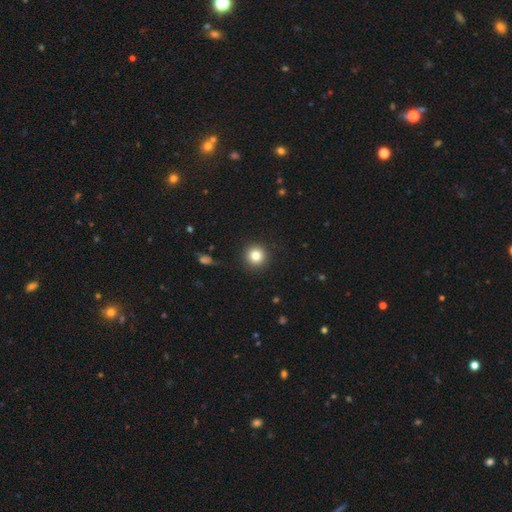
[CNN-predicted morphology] This is clearly a smooth galaxy (82%). How rounded: clearly round (95%). Merging: clearly none (91%).